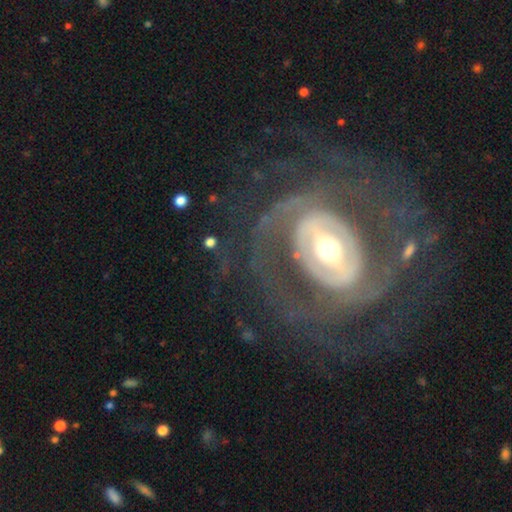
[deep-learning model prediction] smooth_or_featured: featured or disk (p=0.88) [alt: smooth p=0.07]
disk_edge_on: no (p=0.96) [alt: yes p=0.04]
bar: strong (p=0.44) [alt: weak p=0.33]
has_spiral_arms: yes (p=0.86) [alt: no p=0.14]
spiral_winding: tight (p=0.62) [alt: medium p=0.27]
spiral_arm_count: 2 (p=0.33) [alt: can't tell p=0.32]
bulge_size: moderate (p=0.58) [alt: small p=0.25]
merging: none (p=0.71) [alt: major disturbance p=0.15]